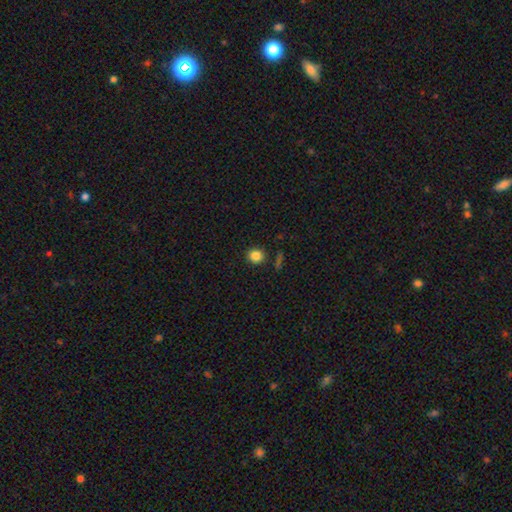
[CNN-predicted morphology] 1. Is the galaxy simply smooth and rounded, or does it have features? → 84% smooth, 11% star or artifact, 5% featured or disk.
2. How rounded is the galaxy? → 85% round, 14% in between, 1% cigar-shaped.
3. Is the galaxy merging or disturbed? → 87% none, 7% minor disturbance, 3% merger, 2% major disturbance.